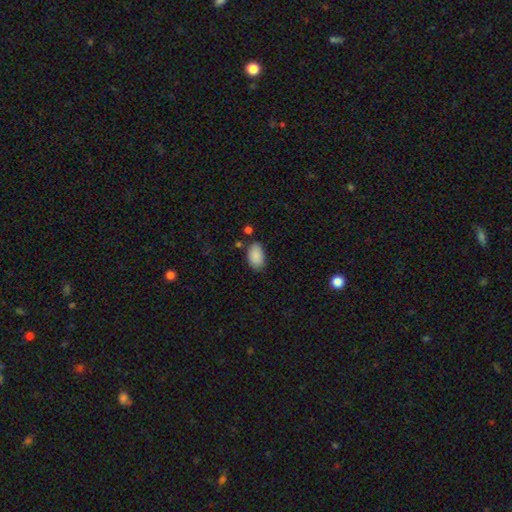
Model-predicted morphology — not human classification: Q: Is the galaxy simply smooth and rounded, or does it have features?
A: smooth — 89%.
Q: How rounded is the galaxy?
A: in between — 93%.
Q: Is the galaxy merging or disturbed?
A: none — 76%.